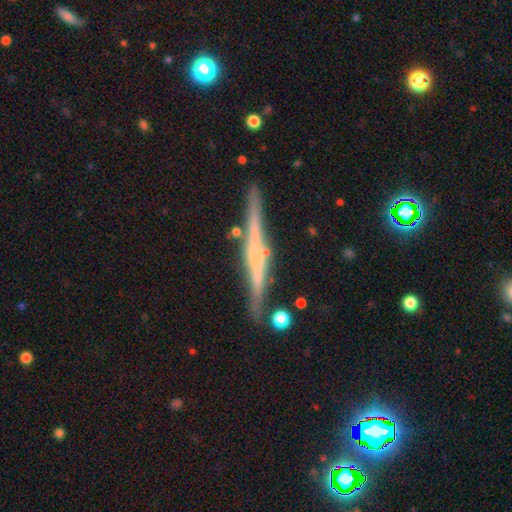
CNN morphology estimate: Smooth or featured?
  - featured or disk: 72% *
  - smooth: 21%
  - star or artifact: 7%
Edge-on disk?
  - yes: 97% *
  - no: 3%
Edge-on bulge?
  - rounded: 40% *
  - none: 35%
  - boxy: 25%
Merging?
  - none: 82% *
  - minor disturbance: 11%
  - merger: 4%
  - major disturbance: 2%